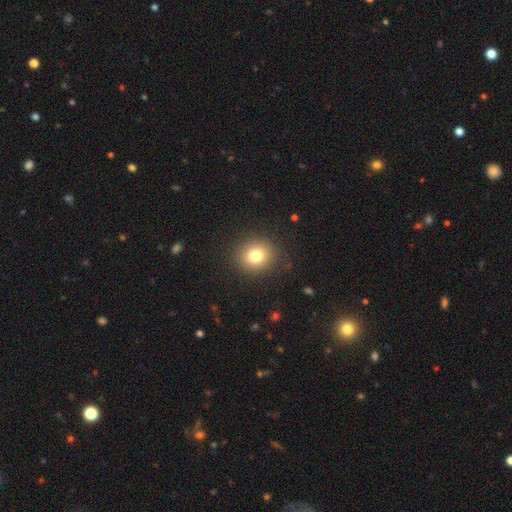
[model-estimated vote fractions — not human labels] smooth-or-featured: smooth: 79% | star or artifact: 12% | featured or disk: 9%
  how-rounded: round: 83% | in between: 16% | cigar-shaped: 1%
  merging: none: 90% | minor disturbance: 7% | major disturbance: 3% | merger: 1%